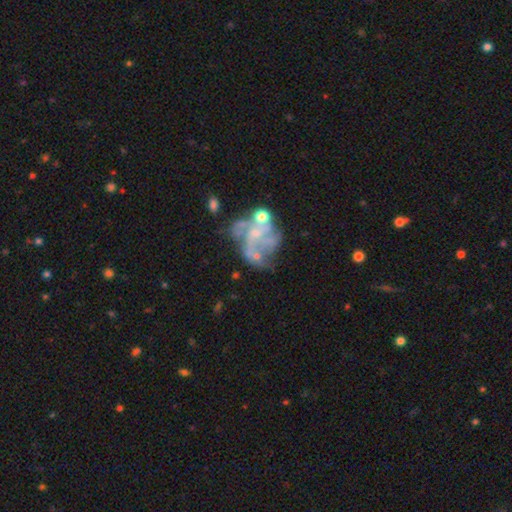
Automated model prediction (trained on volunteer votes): Overall: featured or disk (67%). Edge-on disk: no (98%). Bar: no (83%). Spiral arms: no (60%; yes 40%). Bulge size: small (43%; none 36%). Merging: major disturbance (34%; none 30%).